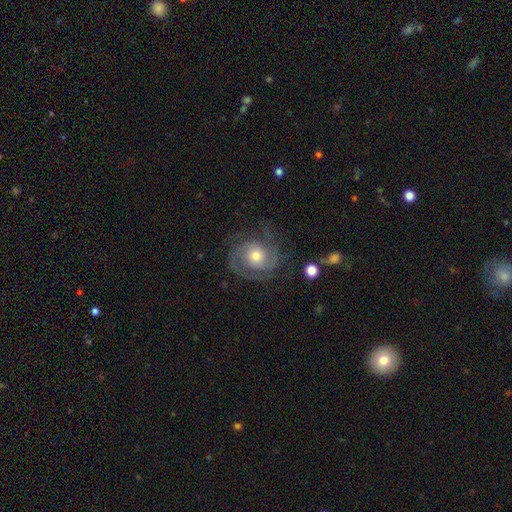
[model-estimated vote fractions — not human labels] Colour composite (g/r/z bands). It shows a featured or disk galaxy (83%) with no bar (77%), 2 (63%) tight (52%) spiral arms (95%) and a moderate central bulge (63%). Merging: none (73%).